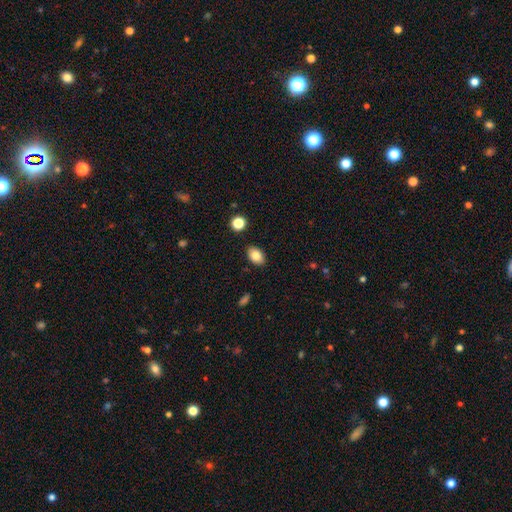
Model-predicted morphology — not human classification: Smooth or featured? smooth (84%)
How rounded? in between (87%)
Merging? none (88%)